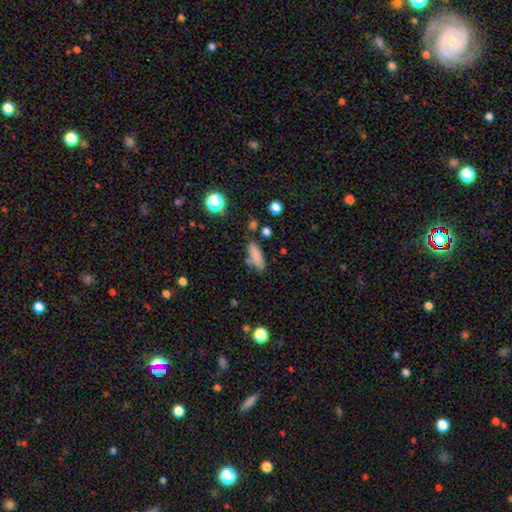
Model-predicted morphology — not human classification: Q: Smooth or featured?
A: smooth (81%); runner-up: star or artifact (10%)
Q: How rounded?
A: in between (67%); runner-up: cigar-shaped (30%)
Q: Merging?
A: none (66%); runner-up: minor disturbance (19%)